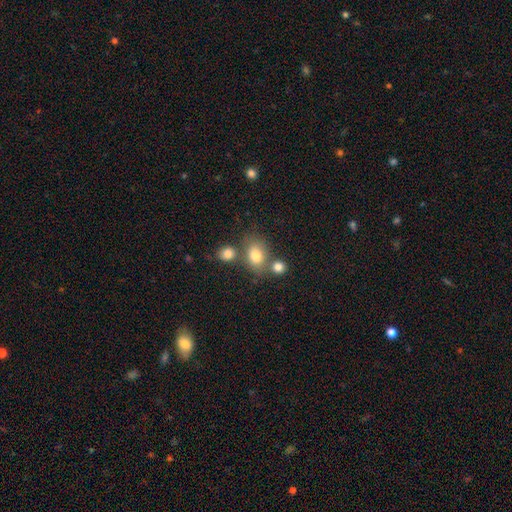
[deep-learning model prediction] This is possibly a smooth galaxy (49%). Merging: marginally none (45%).